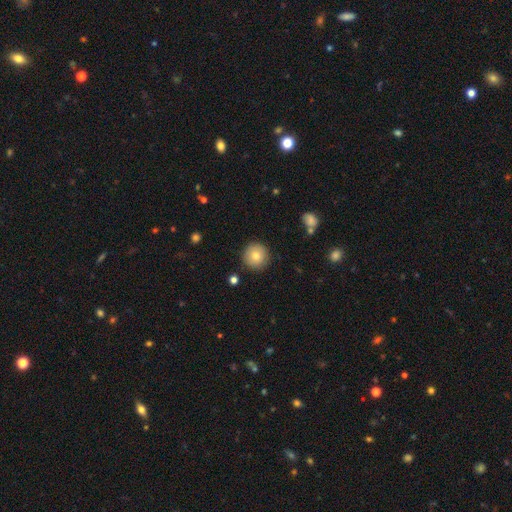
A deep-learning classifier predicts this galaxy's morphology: A smooth galaxy with no disk features (78%) that is round (95%). Merging: none (89%).